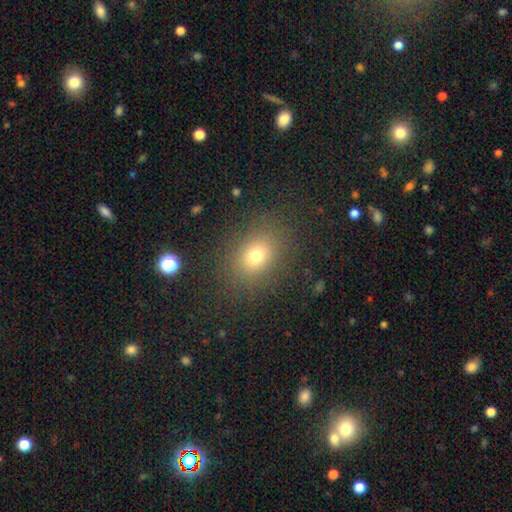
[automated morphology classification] Smooth or featured?
  - smooth: 74% *
  - star or artifact: 16%
  - featured or disk: 10%
How rounded?
  - in between: 55% *
  - round: 44%
  - cigar-shaped: 1%
Merging?
  - none: 84% *
  - minor disturbance: 10%
  - major disturbance: 5%
  - merger: 1%